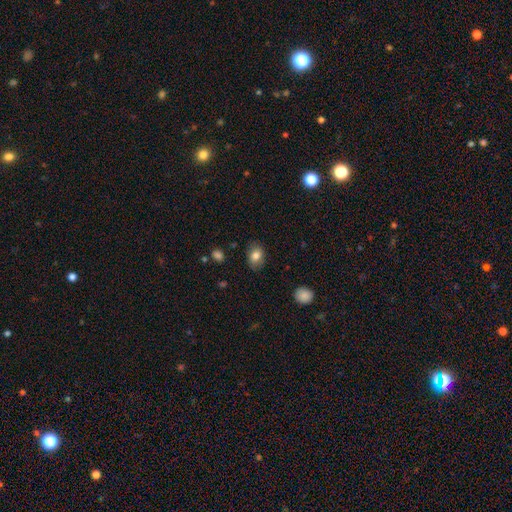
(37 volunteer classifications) smooth 86%, featured or disk 11%, star or artifact 3%. Down the decision tree: how rounded — in between (81%); merging — none (67%).